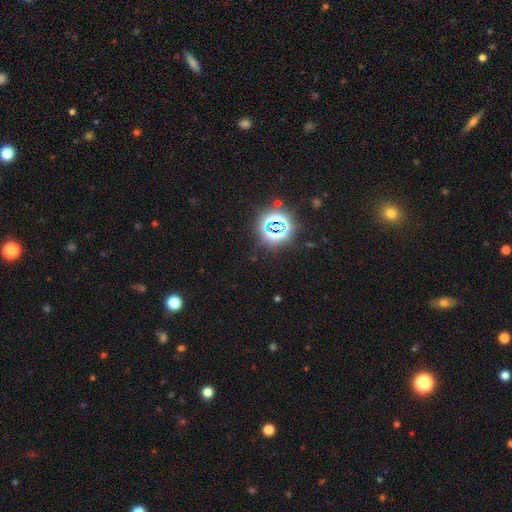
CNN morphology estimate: This appears to be a star or artifact, not a galaxy (76%).